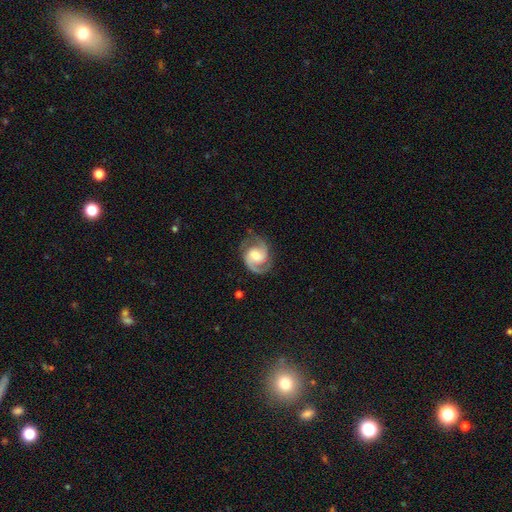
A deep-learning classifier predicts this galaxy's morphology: type=featured or disk (87%); edge-on=no (98%); bar=weak (50%); spiral arms=yes (97%); winding=medium (56%); arm count=2 (91%); bulge=moderate (56%); merging=none (76%).